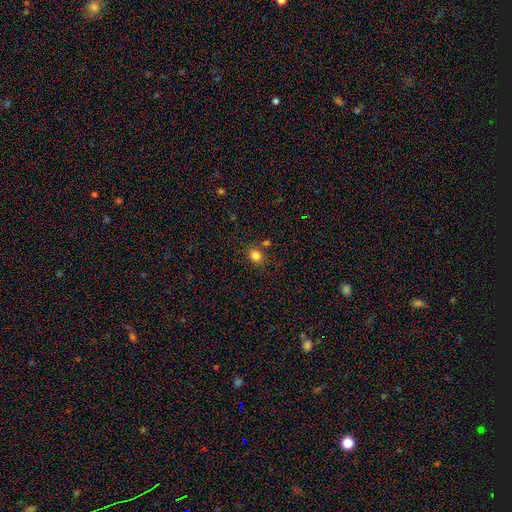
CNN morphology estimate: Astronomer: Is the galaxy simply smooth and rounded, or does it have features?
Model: smooth — 82%.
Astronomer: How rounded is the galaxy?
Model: round — 68%.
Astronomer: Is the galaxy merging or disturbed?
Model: none — 77%.